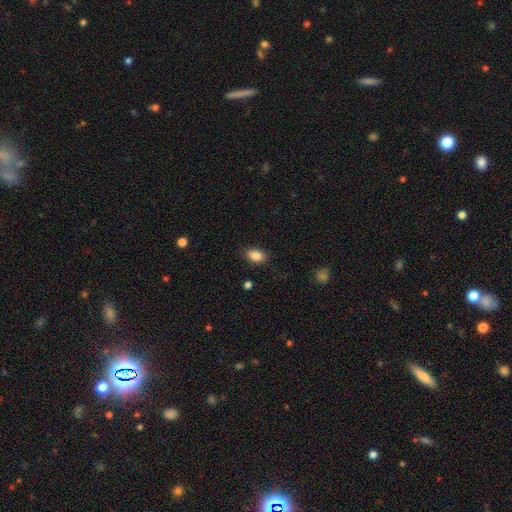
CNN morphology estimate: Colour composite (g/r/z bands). It shows a smooth galaxy with no disk features (86%) that is in between round and cigar-shaped (88%). Merging: none (84%).